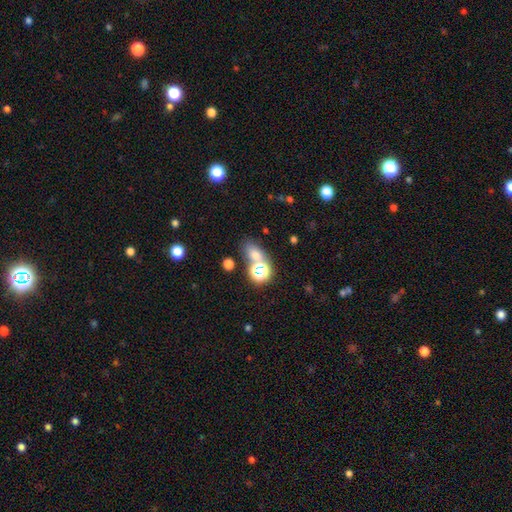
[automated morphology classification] smooth-or-featured: smooth: 63% | star or artifact: 25% | featured or disk: 12%
  how-rounded: in between: 57% | round: 40% | cigar-shaped: 3%
  merging: none: 51% | merger: 33% | minor disturbance: 10% | major disturbance: 6%